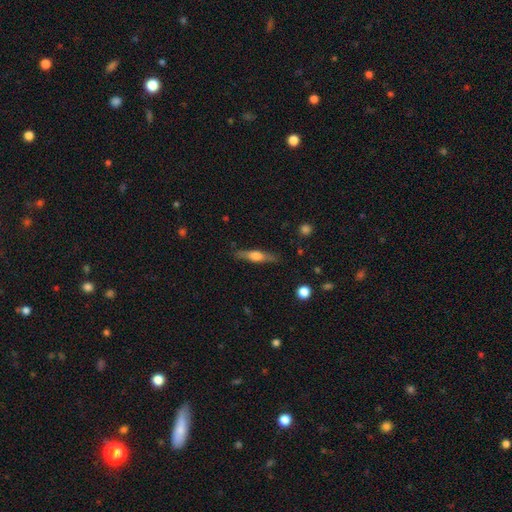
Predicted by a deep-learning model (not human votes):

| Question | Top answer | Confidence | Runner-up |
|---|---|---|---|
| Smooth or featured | featured or disk | 53% | smooth (41%) |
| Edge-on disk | yes | 94% | no (6%) |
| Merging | none | 83% | minor disturbance (12%) |